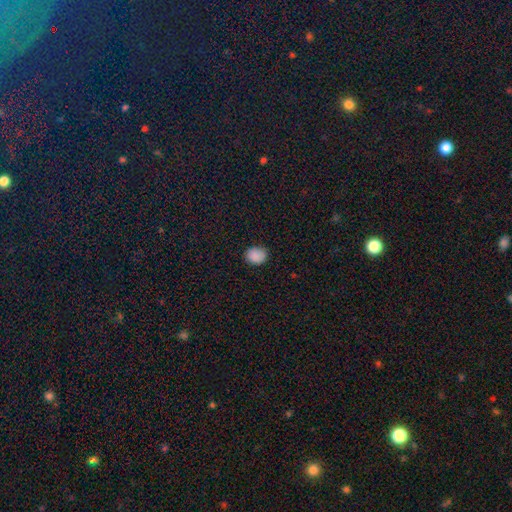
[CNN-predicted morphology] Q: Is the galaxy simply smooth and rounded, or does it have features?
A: smooth — 88%.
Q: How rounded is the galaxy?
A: round — 57%.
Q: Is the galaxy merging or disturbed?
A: none — 84%.